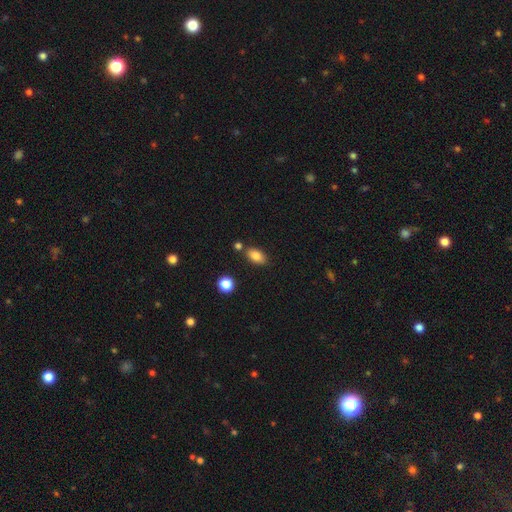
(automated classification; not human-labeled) A smooth galaxy with no disk features (84%) that is in between round and cigar-shaped (89%). Merging: none (76%).